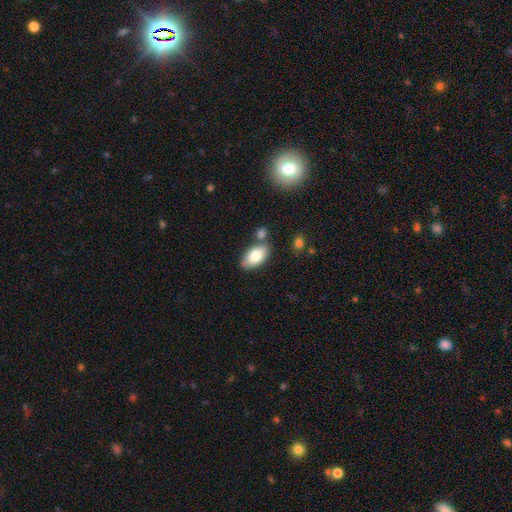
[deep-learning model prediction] smooth_or_featured: smooth (p=0.81) [alt: featured or disk p=0.12]
how_rounded: in between (p=0.94) [alt: round p=0.04]
merging: none (p=0.70) [alt: minor disturbance p=0.14]